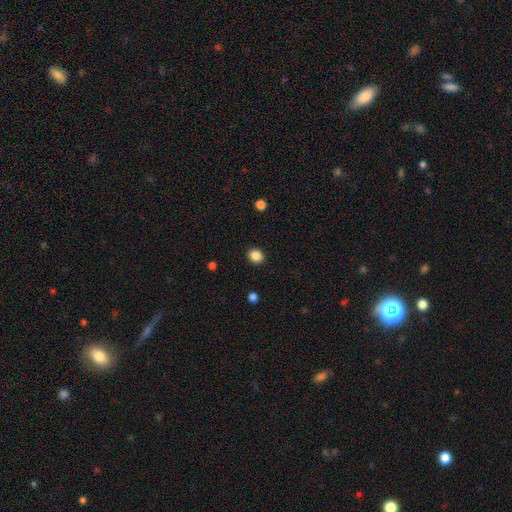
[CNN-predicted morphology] smooth-or-featured: smooth: 86% | star or artifact: 10% | featured or disk: 3%
  how-rounded: round: 69% | in between: 30% | cigar-shaped: 1%
  merging: none: 91% | minor disturbance: 6% | major disturbance: 2% | merger: 1%